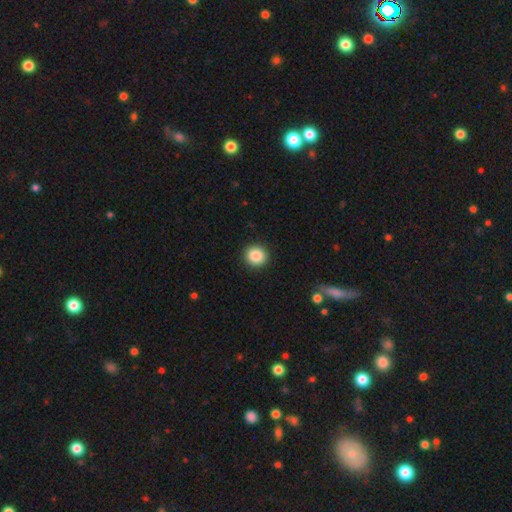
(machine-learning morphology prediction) Smooth or featured? Predicted: smooth (p=0.87). How rounded? Predicted: round (p=0.91). Merging? Predicted: none (p=0.92).